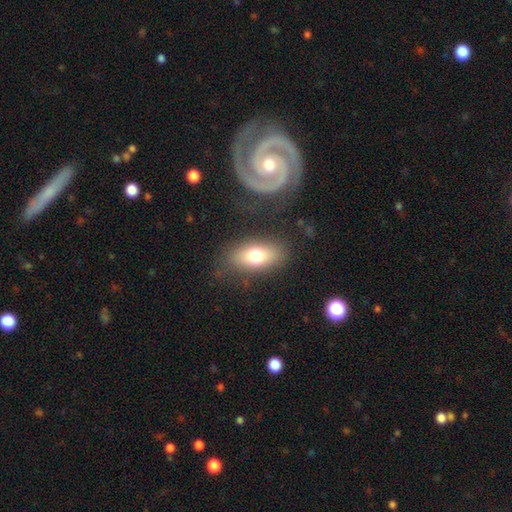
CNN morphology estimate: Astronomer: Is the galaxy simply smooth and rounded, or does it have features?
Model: smooth — 71%.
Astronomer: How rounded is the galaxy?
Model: in between — 86%.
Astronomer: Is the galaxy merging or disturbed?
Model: none — 77%.